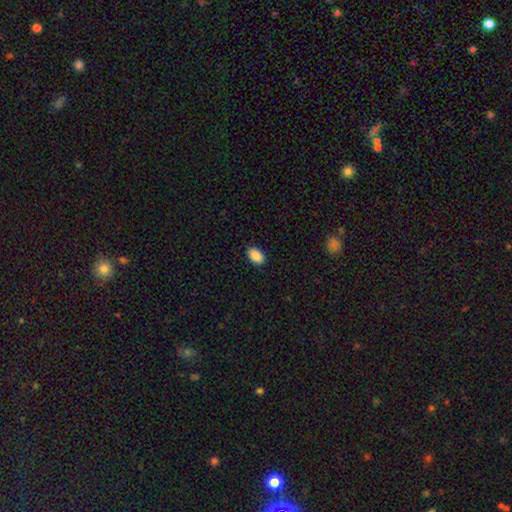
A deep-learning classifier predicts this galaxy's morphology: Smooth or featured?
  - smooth: 89% *
  - star or artifact: 8%
  - featured or disk: 3%
How rounded?
  - in between: 91% *
  - round: 8%
  - cigar-shaped: 1%
Merging?
  - none: 89% *
  - minor disturbance: 8%
  - major disturbance: 2%
  - merger: 1%